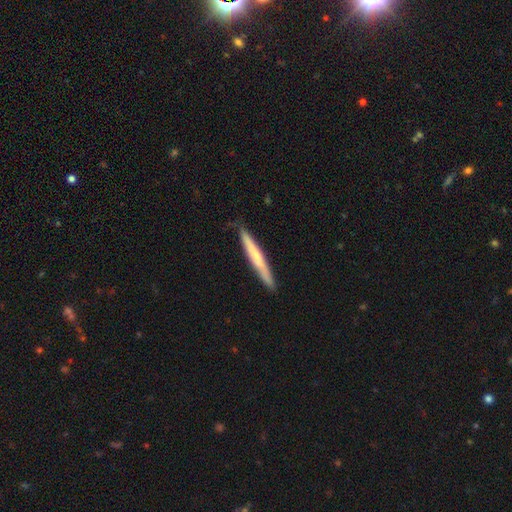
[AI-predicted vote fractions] Smooth or featured?
  - smooth: 55% *
  - featured or disk: 40%
  - star or artifact: 5%
How rounded?
  - cigar-shaped: 96% *
  - in between: 2%
  - round: 1%
Merging?
  - none: 84% *
  - minor disturbance: 13%
  - major disturbance: 2%
  - merger: 1%